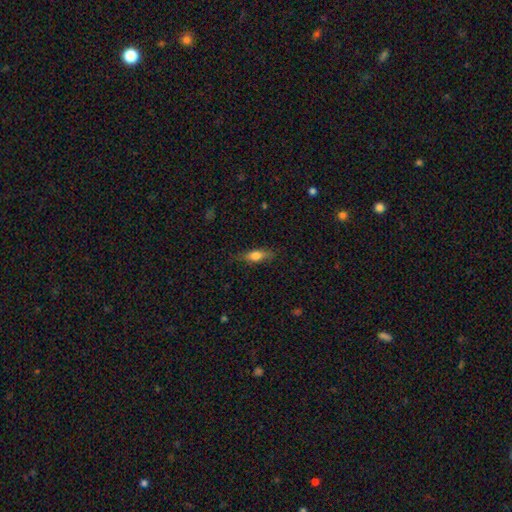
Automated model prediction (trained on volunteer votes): The model was most divided on "how rounded": in between: 59%, cigar-shaped: 37%, round: 4%. More confident: merging — none (77%); smooth or featured — smooth (69%).